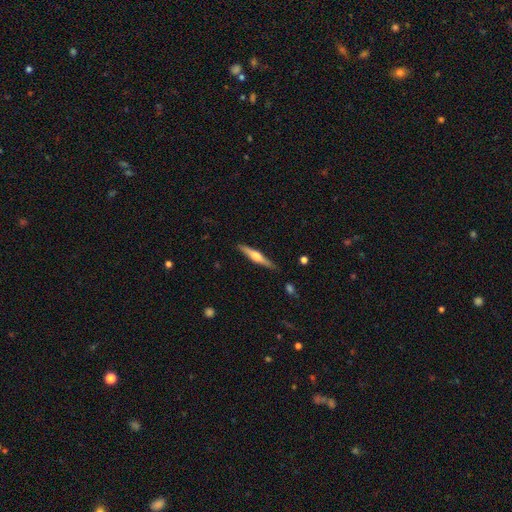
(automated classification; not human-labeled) Overall: featured or disk (61%; smooth 34%). Edge-on disk: yes (97%). Edge-on bulge: rounded (86%). Merging: none (88%).